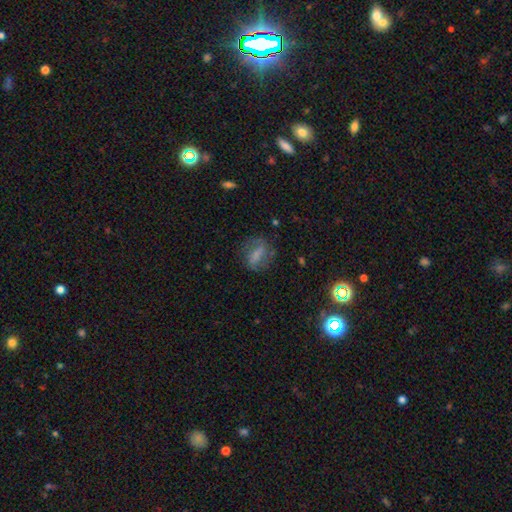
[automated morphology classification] A smooth galaxy with no disk features (42%).

Vote fractions:
- Smooth or featured? smooth: 42% / featured or disk: 41% / star or artifact: 17%
- Merging? none: 74% / minor disturbance: 16% / major disturbance: 8% / merger: 2%